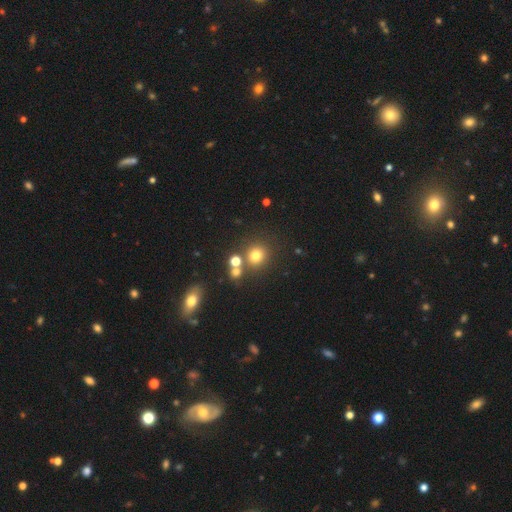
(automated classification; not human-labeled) Smooth or featured: smooth — 74% (star or artifact — 18%)
How rounded: round — 88% (in between — 11%)
Merging: none — 72% (merger — 16%)